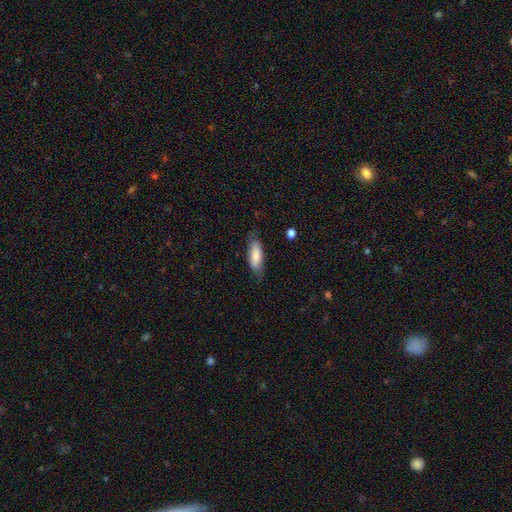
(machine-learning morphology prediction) This appears to be a smooth galaxy with no disk features (80%) that is in between round and cigar-shaped (70%). Merging: none (71%).